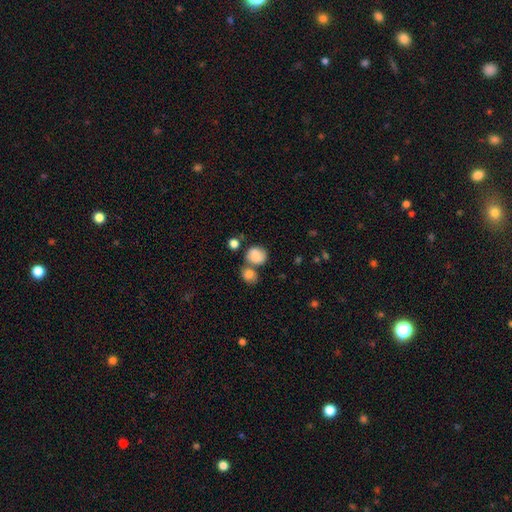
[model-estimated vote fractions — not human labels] A smooth galaxy with no disk features (73%) that is round (71%).

Vote fractions:
- Smooth or featured? smooth: 73% / featured or disk: 18% / star or artifact: 9%
- How rounded? round: 71% / in between: 28% / cigar-shaped: 1%
- Merging? none: 43% / merger: 36% / minor disturbance: 14% / major disturbance: 7%